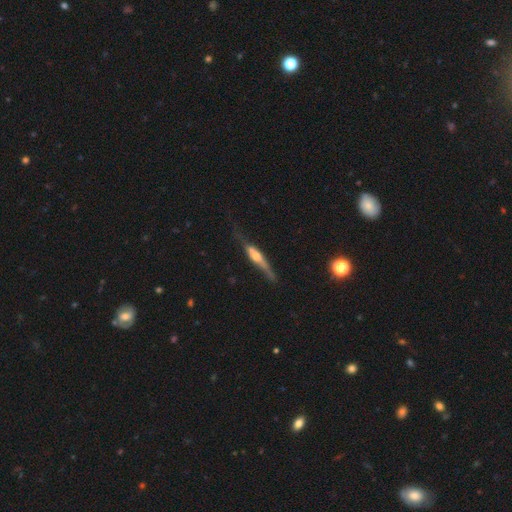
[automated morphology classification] smooth-or-featured: featured or disk: 65% | smooth: 29% | star or artifact: 7%
  disk-edge-on: yes: 91% | no: 9%
    edge-on-bulge: rounded: 71% | boxy: 21% | none: 8%
  merging: none: 56% | minor disturbance: 28% | major disturbance: 13% | merger: 3%